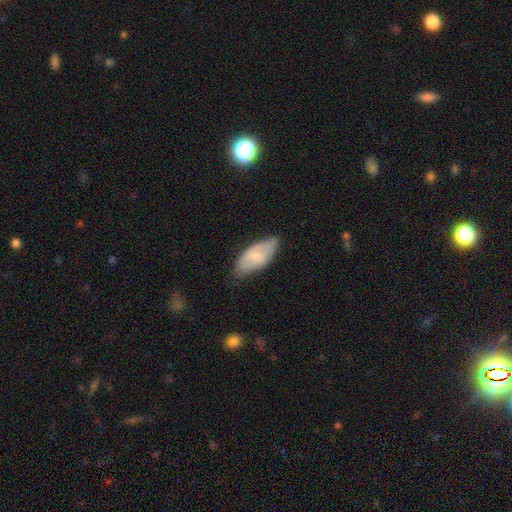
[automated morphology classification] Smooth or featured?
  - smooth: 66% *
  - featured or disk: 27%
  - star or artifact: 7%
How rounded?
  - in between: 88% *
  - cigar-shaped: 10%
  - round: 2%
Merging?
  - none: 64% *
  - minor disturbance: 28%
  - major disturbance: 6%
  - merger: 2%